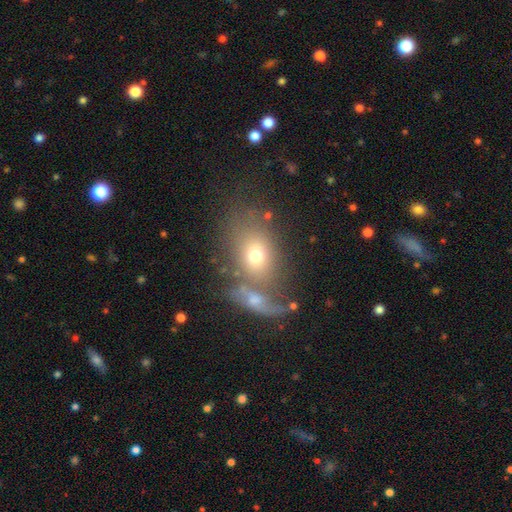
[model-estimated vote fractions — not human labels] A smooth galaxy with no disk features (64%) that is in between round and cigar-shaped (69%).

Vote fractions:
- Smooth or featured? smooth: 64% / featured or disk: 24% / star or artifact: 12%
- How rounded? in between: 69% / round: 29% / cigar-shaped: 2%
- Merging? none: 41% / merger: 34% / minor disturbance: 13% / major disturbance: 12%